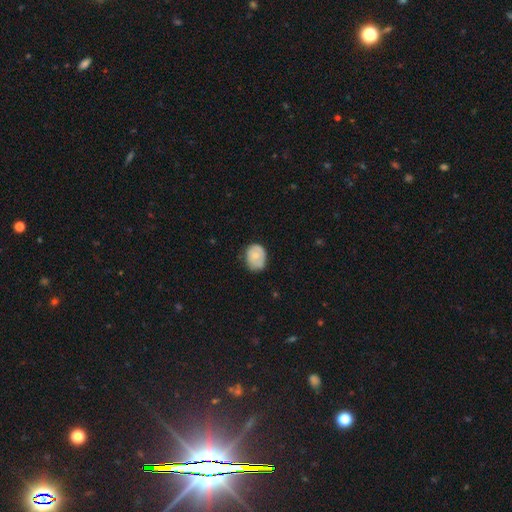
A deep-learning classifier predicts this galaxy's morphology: Q: Smooth or featured?
A: smooth (64%); runner-up: featured or disk (29%)
Q: How rounded?
A: in between (58%); runner-up: round (41%)
Q: Merging?
A: none (61%); runner-up: minor disturbance (31%)